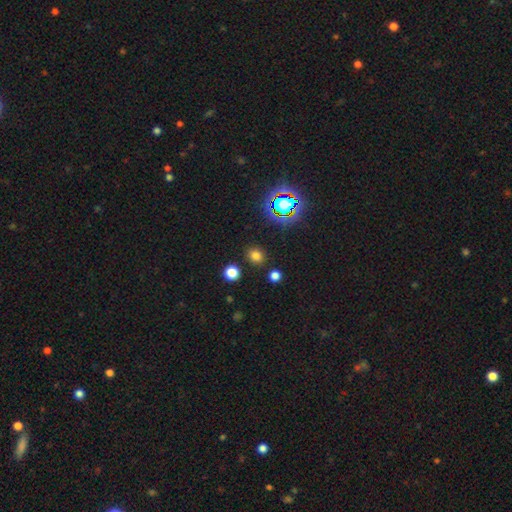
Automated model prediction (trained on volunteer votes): Smooth or featured? Predicted: smooth (p=0.74). How rounded? Predicted: round (p=0.77). Merging? Predicted: none (p=0.87).